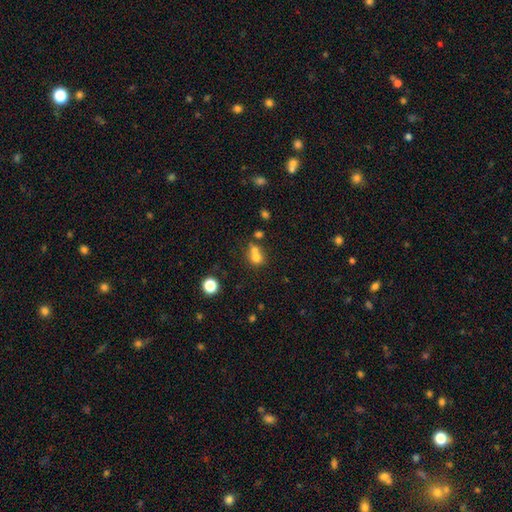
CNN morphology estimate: The model was most divided on "merging": merger: 57%, none: 33%, minor disturbance: 7%, major disturbance: 3%. More confident: how rounded — round (75%); smooth or featured — smooth (70%).